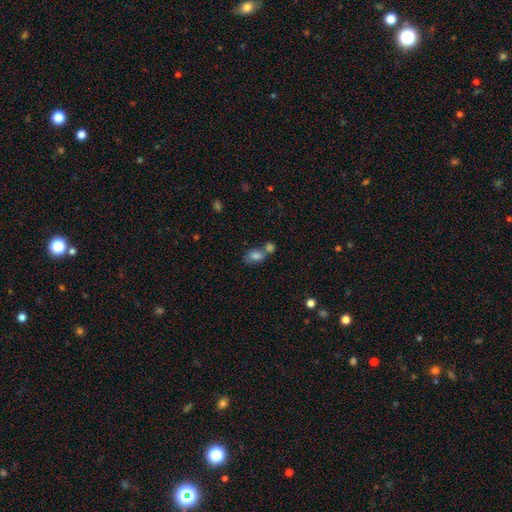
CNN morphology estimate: This is likely a smooth galaxy (76%). How rounded: clearly in between (82%). Merging: possibly merger (50%).